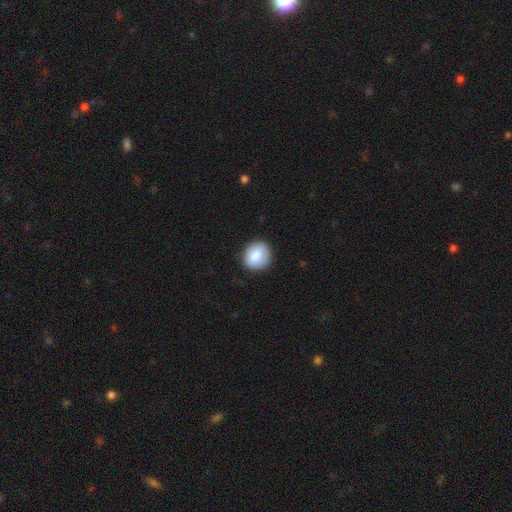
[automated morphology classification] Overall: smooth (84%). How rounded: round (80%). Merging: none (85%).